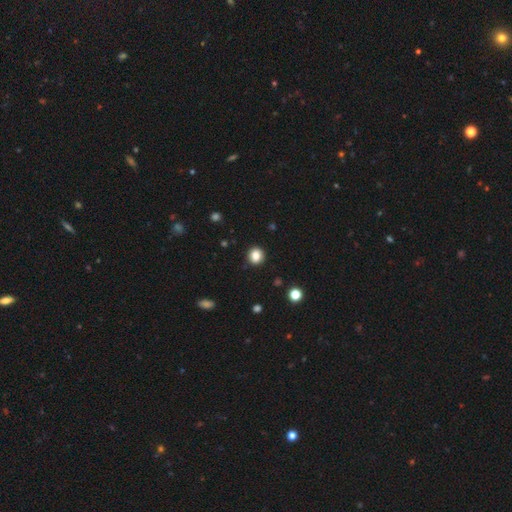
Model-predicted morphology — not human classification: Smooth or featured: smooth — 85% (star or artifact — 11%)
How rounded: round — 84% (in between — 15%)
Merging: none — 91% (minor disturbance — 6%)